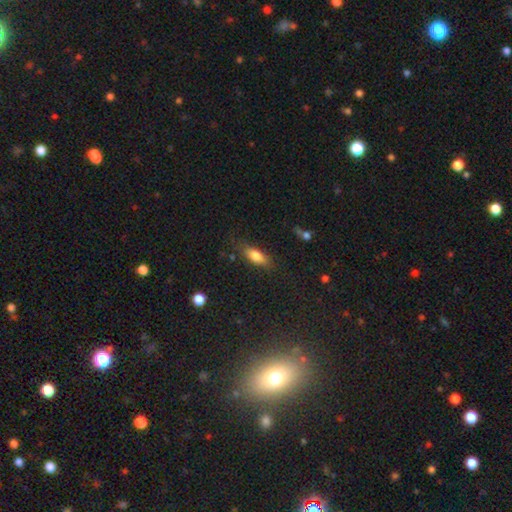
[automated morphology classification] Q: Smooth or featured?
A: smooth (77%); runner-up: featured or disk (15%)
Q: How rounded?
A: in between (70%); runner-up: cigar-shaped (26%)
Q: Merging?
A: none (73%); runner-up: minor disturbance (19%)